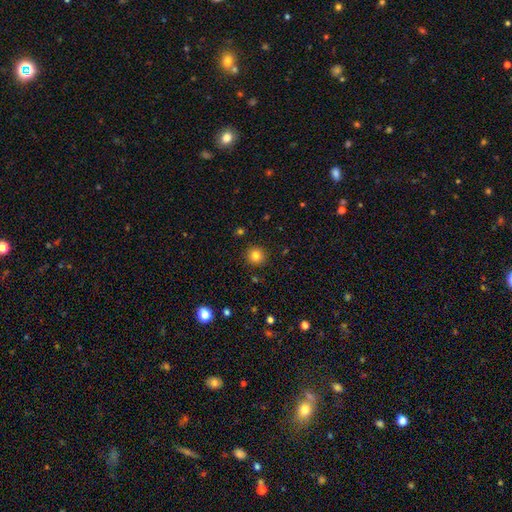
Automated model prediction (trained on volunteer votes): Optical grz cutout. It shows a smooth galaxy with no disk features (82%) that is round (94%). Merging: none (91%).